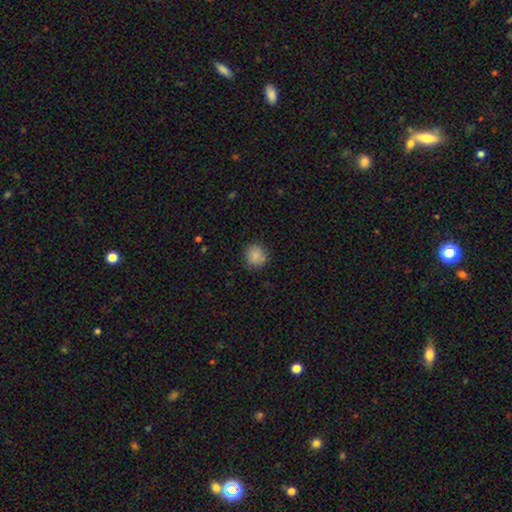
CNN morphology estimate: Q: Smooth or featured?
A: smooth (83%); runner-up: star or artifact (9%)
Q: How rounded?
A: round (87%); runner-up: in between (12%)
Q: Merging?
A: none (76%); runner-up: minor disturbance (16%)